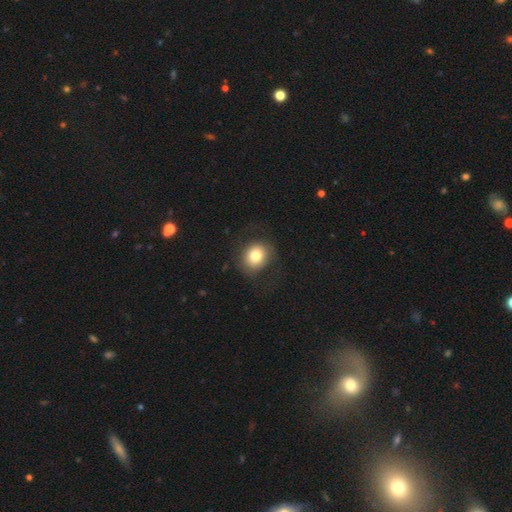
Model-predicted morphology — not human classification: Smooth or featured? Predicted: smooth (p=0.77). How rounded? Predicted: round (p=0.74). Merging? Predicted: none (p=0.77).